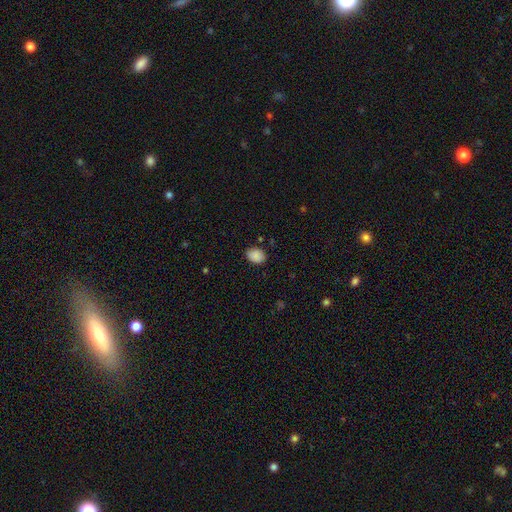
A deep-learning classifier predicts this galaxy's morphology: smooth_or_featured: smooth (p=0.88) [alt: star or artifact p=0.08]
how_rounded: in between (p=0.67) [alt: round p=0.32]
merging: none (p=0.84) [alt: minor disturbance p=0.12]